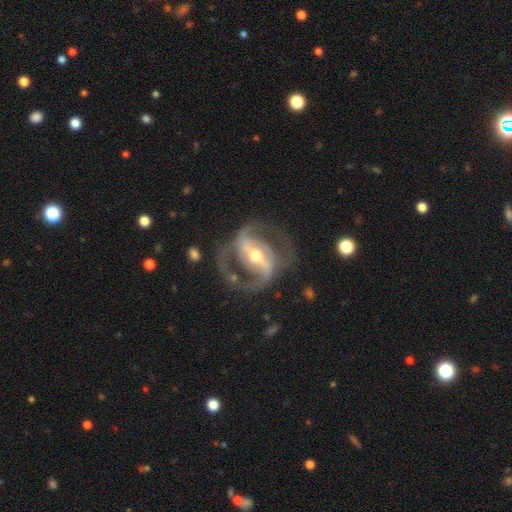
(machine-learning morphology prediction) The model was most divided on "spiral winding": medium: 55%, loose: 25%, tight: 21%. More confident: edge-on disk — no (96%); spiral arms — yes (92%); smooth or featured — featured or disk (90%); spiral arm count — 2 (87%); bulge size — moderate (66%); bar — strong (66%); merging — none (65%).